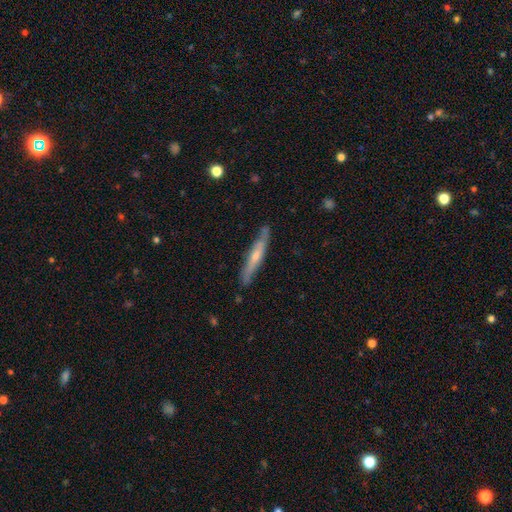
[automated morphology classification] Smooth or featured: featured or disk — 55% (smooth — 40%)
Edge-on disk: yes — 86% (no — 14%)
Merging: none — 82% (minor disturbance — 14%)